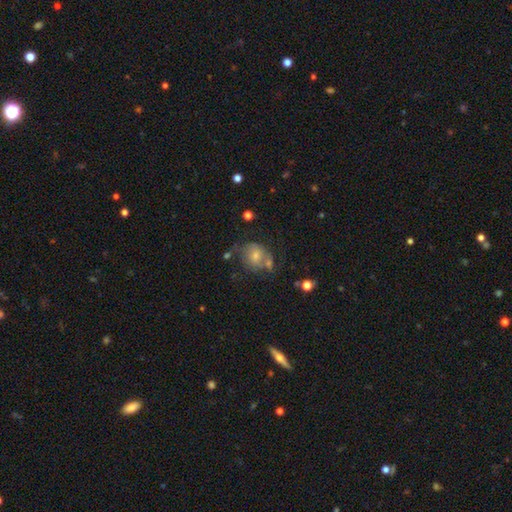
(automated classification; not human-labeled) smooth_or_featured: smooth (p=0.53) [alt: featured or disk p=0.34]
how_rounded: round (p=0.61) [alt: in between p=0.38]
merging: none (p=0.44) [alt: merger p=0.22]